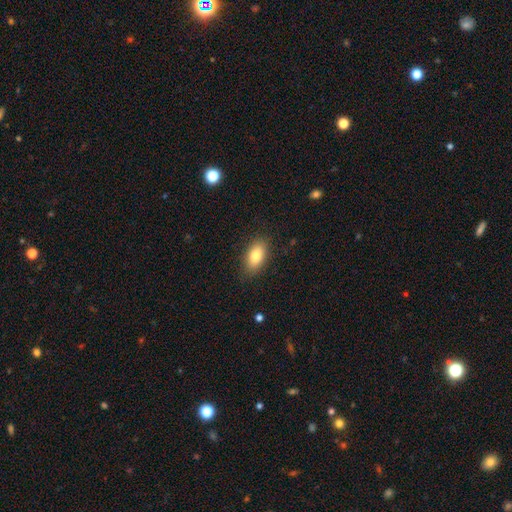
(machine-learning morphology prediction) The model was most divided on "smooth or featured": smooth: 81%, featured or disk: 11%, star or artifact: 8%. More confident: how rounded — in between (90%); merging — none (86%).